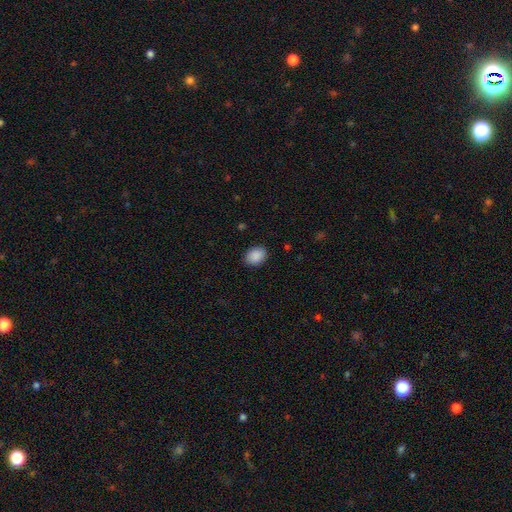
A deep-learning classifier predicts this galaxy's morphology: A smooth galaxy with no disk features (90%) that is in between round and cigar-shaped (69%). Merging: none (87%).